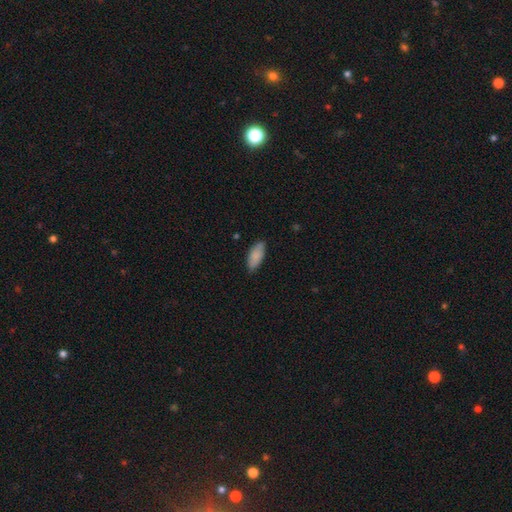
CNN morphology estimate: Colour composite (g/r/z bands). It shows a smooth galaxy with no disk features (86%) that is in between round and cigar-shaped (85%). Merging: none (79%).